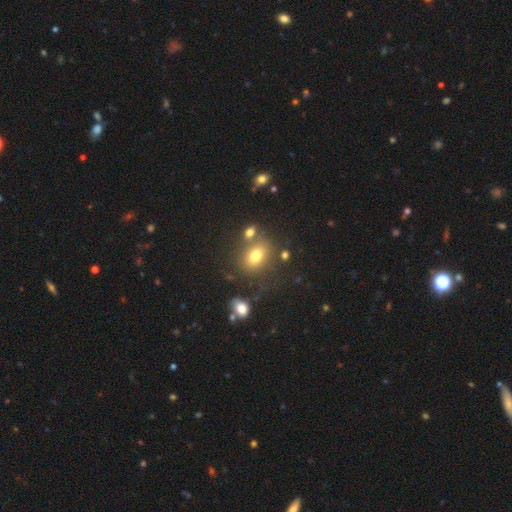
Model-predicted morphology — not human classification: smooth 74%, star or artifact 15%, featured or disk 11%. Down the decision tree: how rounded — in between (59%); merging — none (67%).